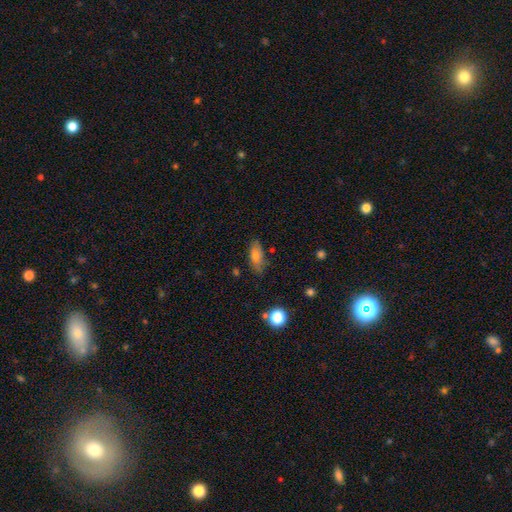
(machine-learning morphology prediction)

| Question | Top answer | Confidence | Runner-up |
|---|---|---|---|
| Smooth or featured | smooth | 74% | featured or disk (17%) |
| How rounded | in between | 81% | cigar-shaped (15%) |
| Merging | none | 69% | minor disturbance (22%) |